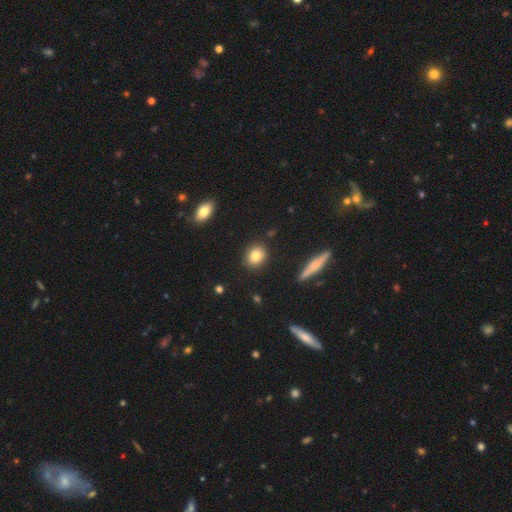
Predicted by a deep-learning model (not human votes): Q: Smooth or featured?
A: smooth (82%); runner-up: star or artifact (9%)
Q: How rounded?
A: round (63%); runner-up: in between (34%)
Q: Merging?
A: none (88%); runner-up: minor disturbance (8%)